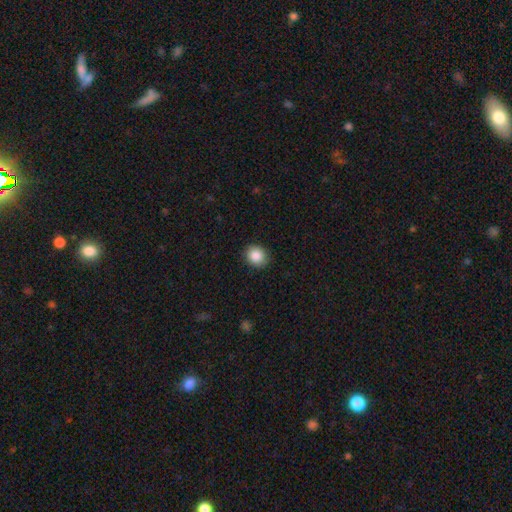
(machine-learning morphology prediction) Smooth or featured? Predicted: smooth (p=0.87). How rounded? Predicted: round (p=0.74). Merging? Predicted: none (p=0.89).